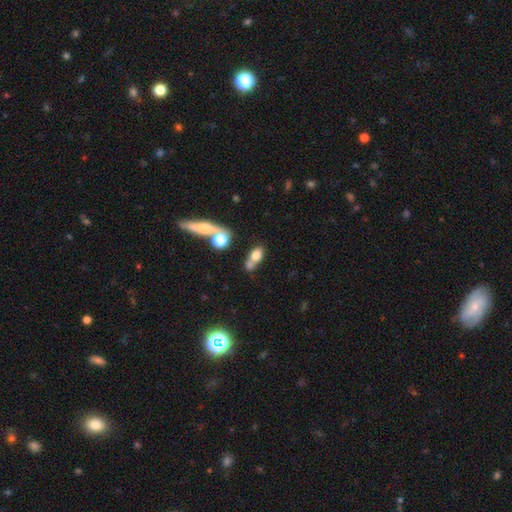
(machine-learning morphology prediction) type=smooth (72%); roundness=in between (71%); merging=merger (41%).